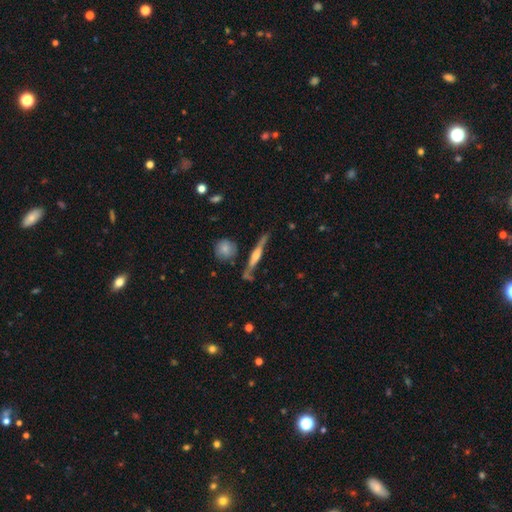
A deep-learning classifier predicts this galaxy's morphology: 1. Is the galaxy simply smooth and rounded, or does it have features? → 69% featured or disk, 25% smooth, 7% star or artifact.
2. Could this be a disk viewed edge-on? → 93% yes, 7% no.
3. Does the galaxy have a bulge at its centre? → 60% rounded, 26% boxy, 14% none.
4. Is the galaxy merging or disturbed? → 71% none, 18% minor disturbance, 6% merger, 6% major disturbance.